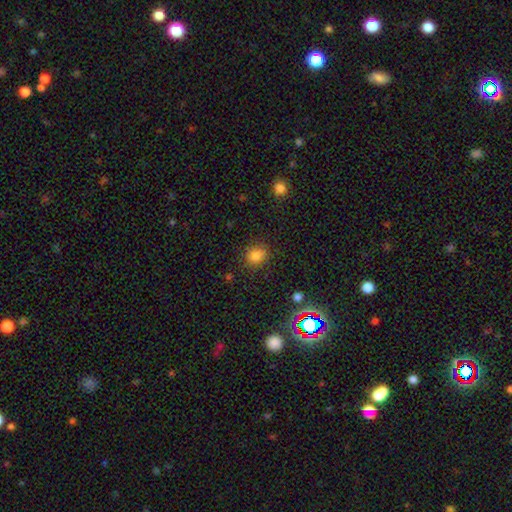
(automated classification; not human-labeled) smooth_or_featured: smooth (p=0.79) [alt: star or artifact p=0.15]
how_rounded: round (p=0.69) [alt: in between p=0.30]
merging: none (p=0.83) [alt: minor disturbance p=0.12]